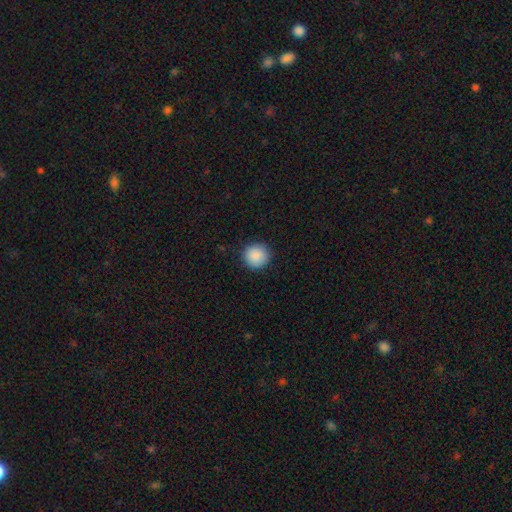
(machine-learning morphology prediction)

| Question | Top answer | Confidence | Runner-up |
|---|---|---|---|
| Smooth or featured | smooth | 88% | star or artifact (8%) |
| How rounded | round | 95% | in between (4%) |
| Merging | none | 91% | minor disturbance (7%) |